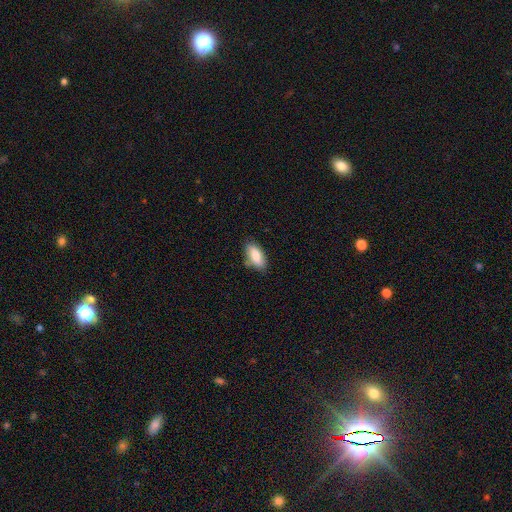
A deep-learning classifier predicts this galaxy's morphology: Smooth or featured?
  - smooth: 83% *
  - featured or disk: 11%
  - star or artifact: 7%
How rounded?
  - in between: 87% *
  - cigar-shaped: 10%
  - round: 3%
Merging?
  - none: 72% *
  - minor disturbance: 21%
  - major disturbance: 4%
  - merger: 3%